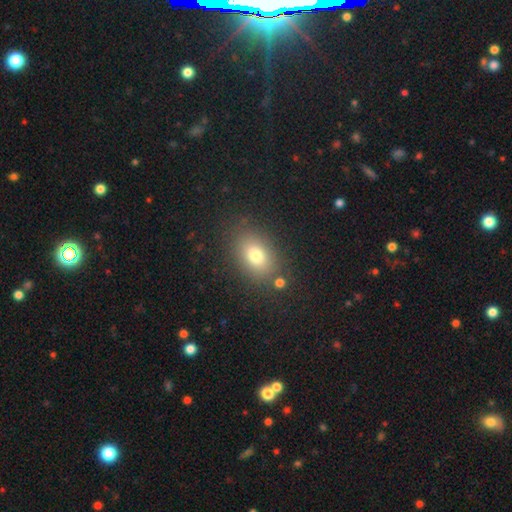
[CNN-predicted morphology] Overall: smooth (77%). How rounded: in between (75%). Merging: none (81%).